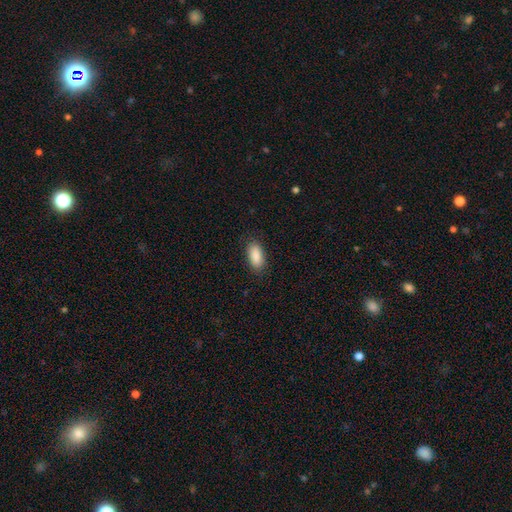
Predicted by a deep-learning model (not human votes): Smooth or featured? smooth (90%)
How rounded? in between (90%)
Merging? none (86%)